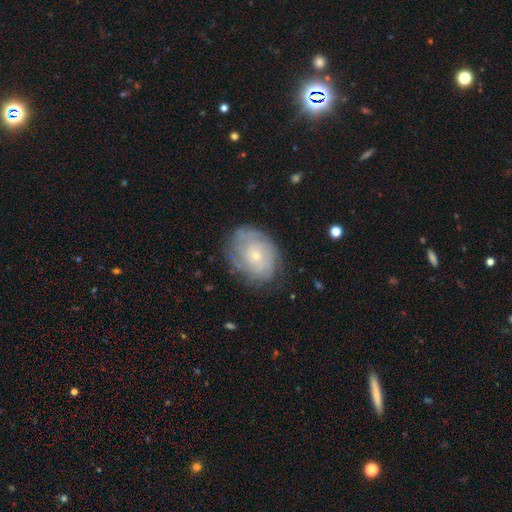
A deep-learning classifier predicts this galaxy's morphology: Smooth or featured? Predicted: featured or disk (p=0.69). Edge-on disk? Predicted: no (p=0.97). Bar? Predicted: no (p=0.82). Spiral arms? Predicted: yes (p=0.86). Spiral winding? Predicted: tight (p=0.69). Spiral arm count? Predicted: can't tell (p=0.55). Bulge size? Predicted: small (p=0.77). Merging? Predicted: none (p=0.73).